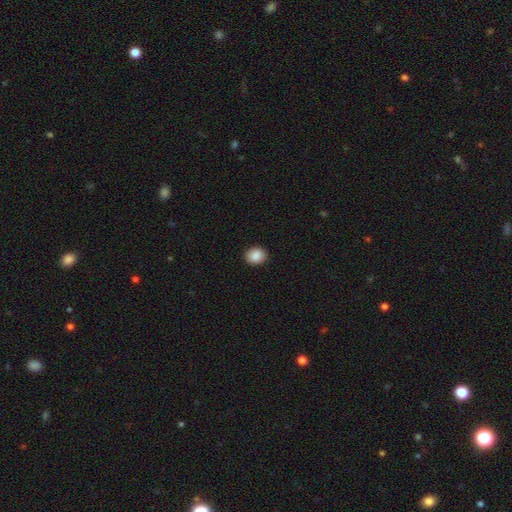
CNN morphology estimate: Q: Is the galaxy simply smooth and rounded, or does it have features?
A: smooth — 89%.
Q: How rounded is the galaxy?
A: round — 63%.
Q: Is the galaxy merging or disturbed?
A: none — 91%.